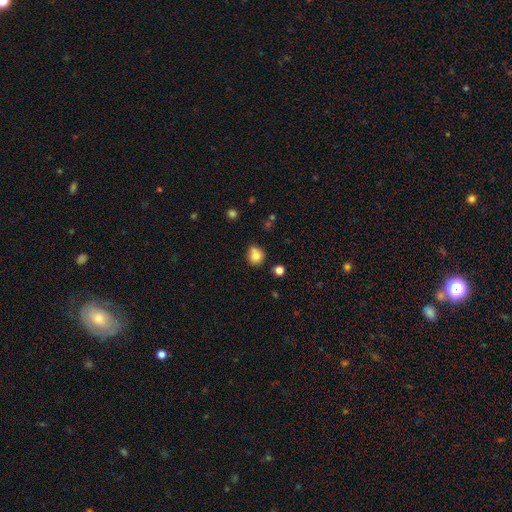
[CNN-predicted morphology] Smooth or featured? Predicted: smooth (p=0.79). How rounded? Predicted: round (p=0.81). Merging? Predicted: none (p=0.62).